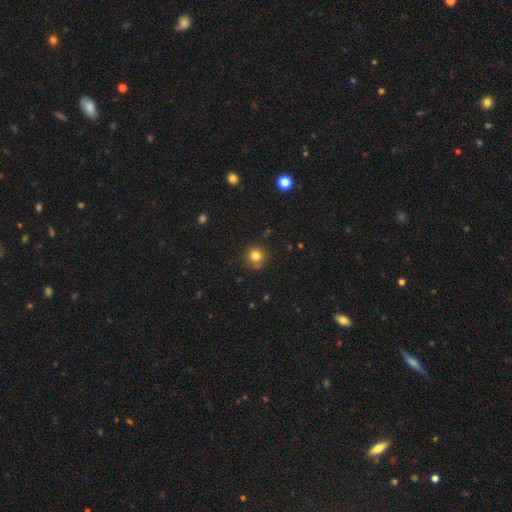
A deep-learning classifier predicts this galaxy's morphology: smooth_or_featured: smooth (p=0.80) [alt: star or artifact p=0.12]
how_rounded: round (p=0.93) [alt: in between p=0.06]
merging: none (p=0.80) [alt: minor disturbance p=0.13]